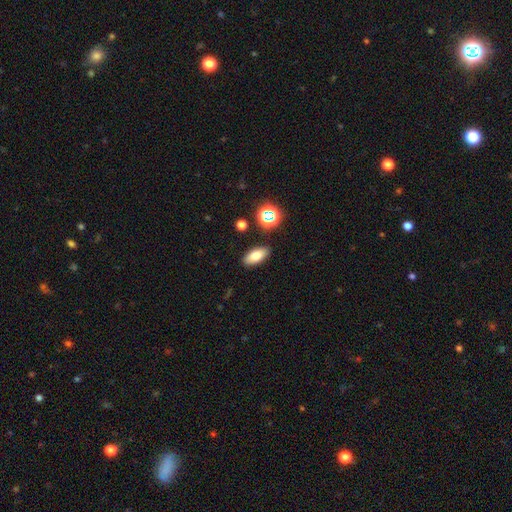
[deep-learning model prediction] Smooth or featured? smooth (78%)
How rounded? in between (83%)
Merging? none (87%)